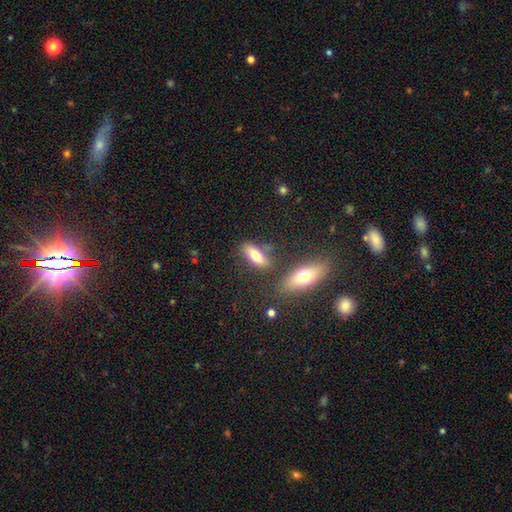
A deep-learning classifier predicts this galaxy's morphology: smooth 69%, featured or disk 23%, star or artifact 8%. Down the decision tree: how rounded — in between (68%); merging — none (67%).